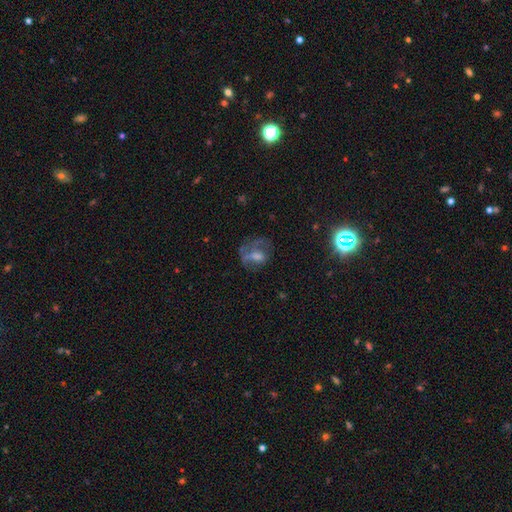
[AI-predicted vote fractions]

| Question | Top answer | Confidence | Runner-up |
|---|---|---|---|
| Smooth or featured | smooth | 47% | featured or disk (39%) |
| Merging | major disturbance | 39% | none (36%) |